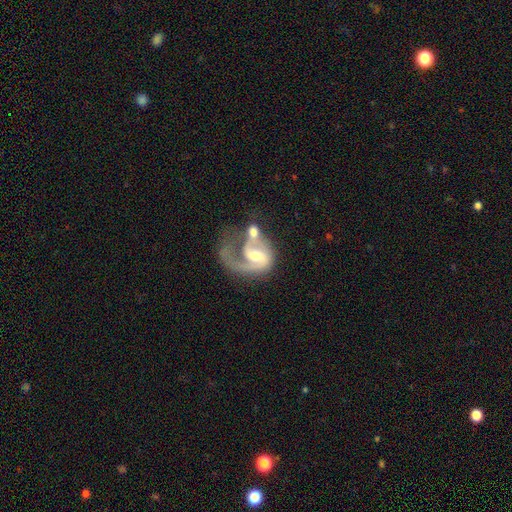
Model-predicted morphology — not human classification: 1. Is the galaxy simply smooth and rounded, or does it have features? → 86% featured or disk, 9% smooth, 5% star or artifact.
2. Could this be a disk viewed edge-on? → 98% no, 2% yes.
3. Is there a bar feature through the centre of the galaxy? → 50% weak, 32% no, 18% strong.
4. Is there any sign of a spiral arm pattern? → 94% yes, 6% no.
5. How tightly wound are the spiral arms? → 48% medium, 34% loose, 18% tight.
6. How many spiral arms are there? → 48% 1, 43% 2, 5% can't tell, 2% 3, 1% 4, 1% more than 4.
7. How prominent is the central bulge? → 59% moderate, 32% small, 5% large, 3% none, 1% dominant.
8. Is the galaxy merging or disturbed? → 39% merger, 27% major disturbance, 22% none, 12% minor disturbance.